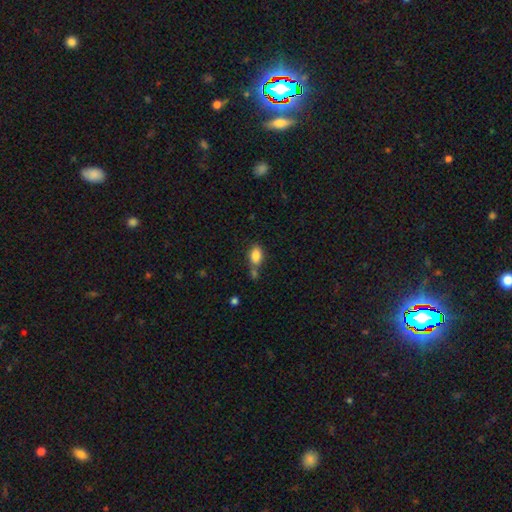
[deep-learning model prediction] Smooth or featured: smooth — 84% (star or artifact — 9%)
How rounded: in between — 88% (round — 9%)
Merging: none — 56% (merger — 22%)